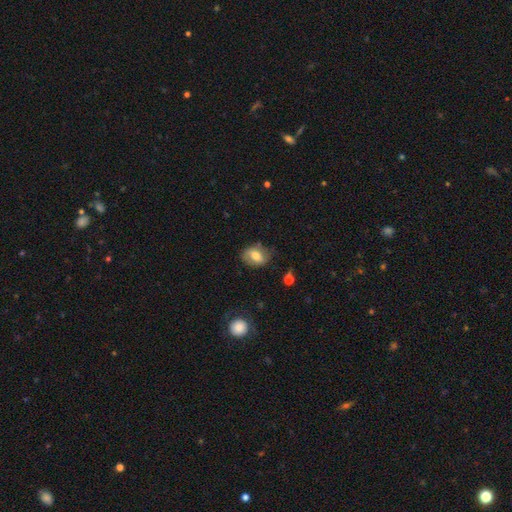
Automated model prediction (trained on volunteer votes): Morphology: type=smooth (64%); roundness=in between (70%); merging=none (70%).